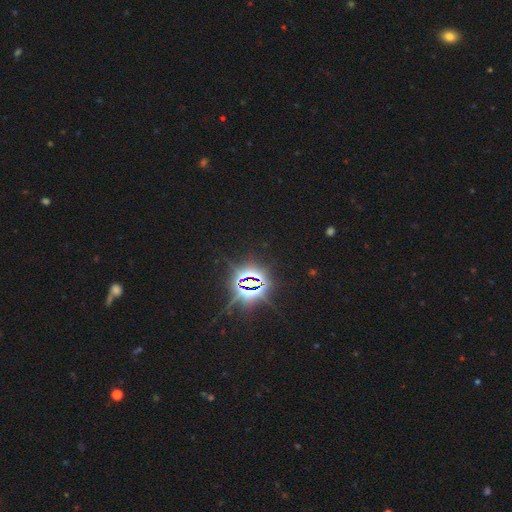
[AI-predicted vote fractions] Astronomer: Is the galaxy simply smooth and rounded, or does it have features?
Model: star or artifact — 86%.